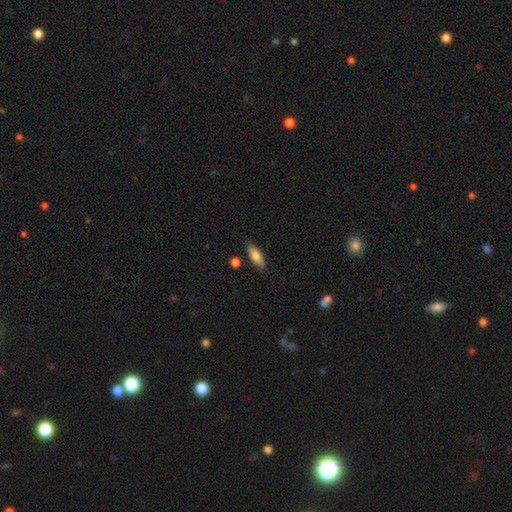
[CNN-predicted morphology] Q: Smooth or featured?
A: smooth (76%); runner-up: featured or disk (17%)
Q: How rounded?
A: in between (59%); runner-up: cigar-shaped (39%)
Q: Merging?
A: none (82%); runner-up: minor disturbance (12%)